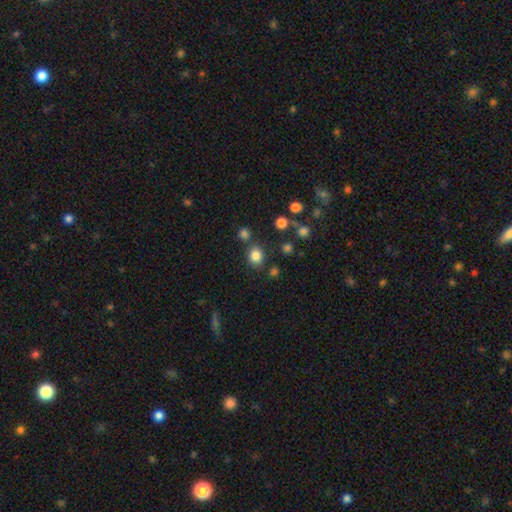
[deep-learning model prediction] Smooth or featured?
  - smooth: 82% *
  - star or artifact: 12%
  - featured or disk: 5%
How rounded?
  - round: 68% *
  - in between: 31%
  - cigar-shaped: 1%
Merging?
  - none: 80% *
  - minor disturbance: 10%
  - merger: 7%
  - major disturbance: 3%